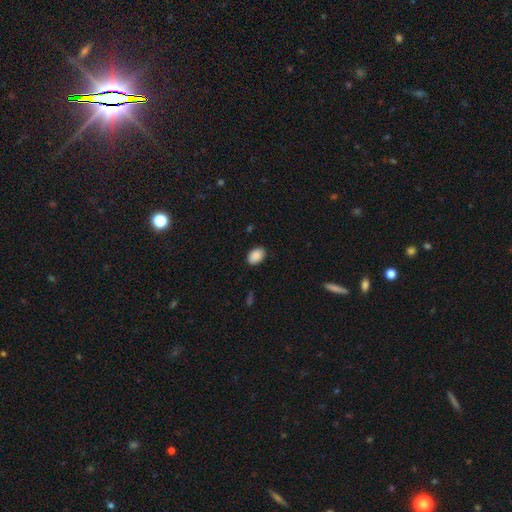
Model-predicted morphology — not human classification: type=smooth (90%); roundness=in between (88%); merging=none (88%).